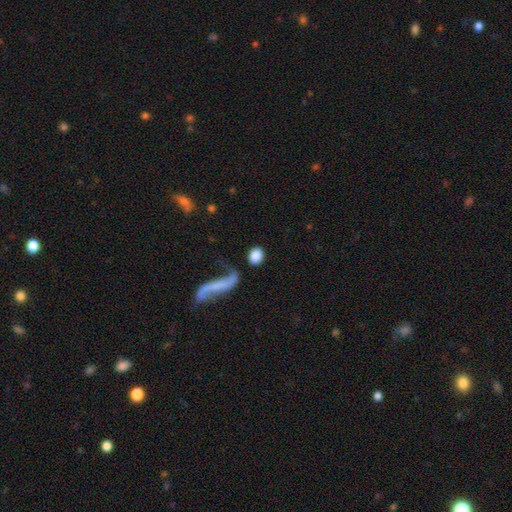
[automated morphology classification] A smooth galaxy with no disk features (84%) that is in between round and cigar-shaped (71%). Merging: none (69%).